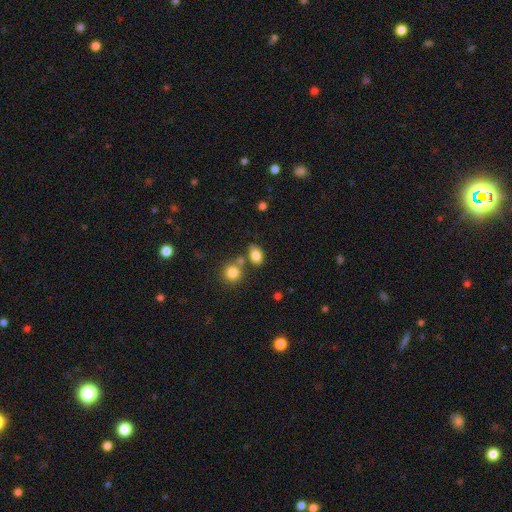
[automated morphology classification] type=smooth (83%); roundness=in between (79%); merging=none (66%).